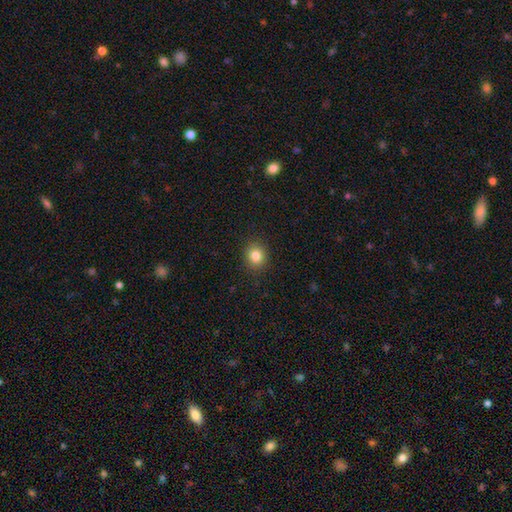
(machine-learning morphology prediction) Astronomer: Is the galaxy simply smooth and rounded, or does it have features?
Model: smooth — 82%.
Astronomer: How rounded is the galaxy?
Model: round — 77%.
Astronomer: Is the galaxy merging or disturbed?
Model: none — 90%.